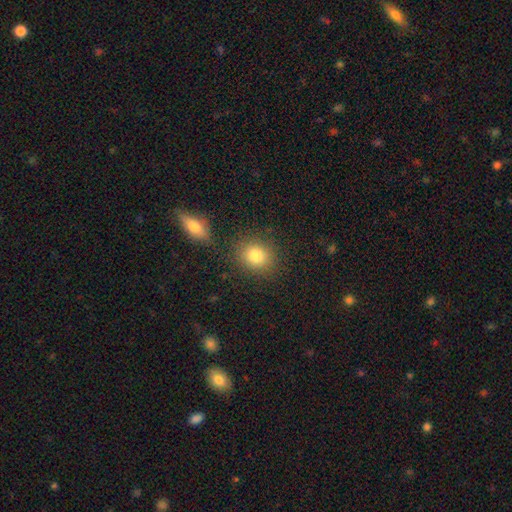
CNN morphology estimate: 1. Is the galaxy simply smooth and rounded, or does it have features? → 83% smooth, 10% star or artifact, 7% featured or disk.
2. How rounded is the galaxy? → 67% round, 32% in between, 1% cigar-shaped.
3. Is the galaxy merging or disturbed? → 81% none, 10% minor disturbance, 6% merger, 3% major disturbance.